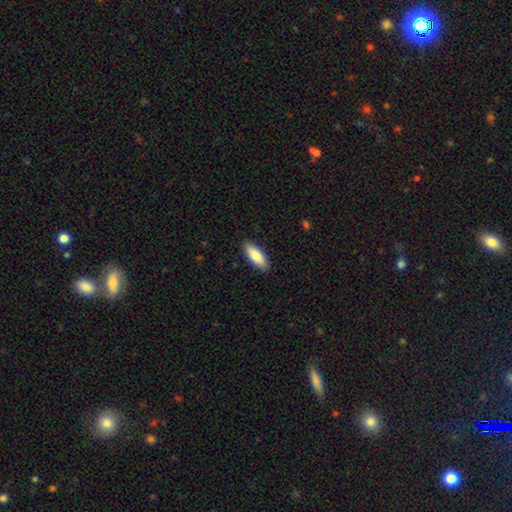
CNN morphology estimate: A smooth galaxy with no disk features (84%) that is in between round and cigar-shaped (74%). Merging: none (89%).